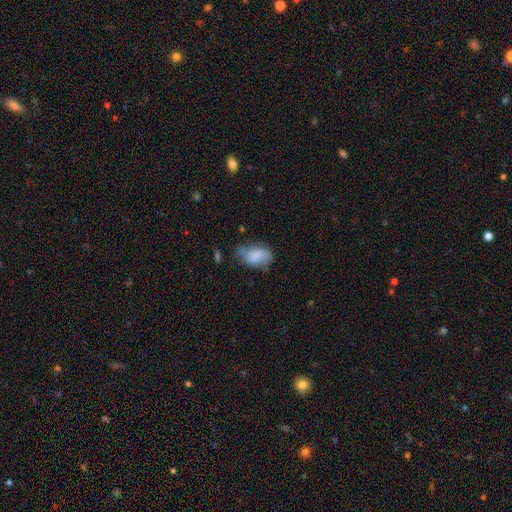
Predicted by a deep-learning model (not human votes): smooth_or_featured: smooth (p=0.79) [alt: featured or disk p=0.13]
how_rounded: in between (p=0.87) [alt: round p=0.11]
merging: none (p=0.51) [alt: minor disturbance p=0.32]